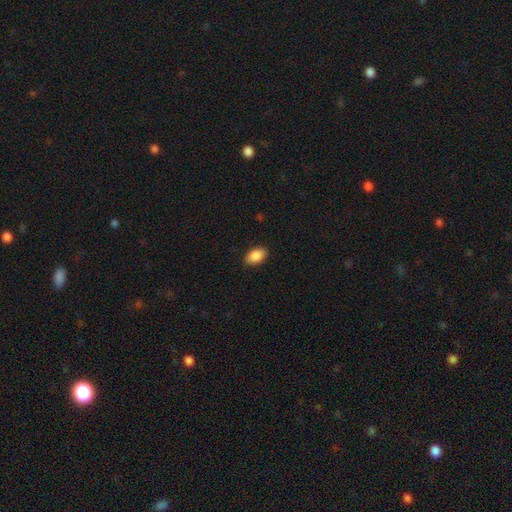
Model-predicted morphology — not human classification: The model was most divided on "merging": none: 88%, minor disturbance: 9%, major disturbance: 2%, merger: 1%. More confident: how rounded — in between (91%); smooth or featured — smooth (89%).